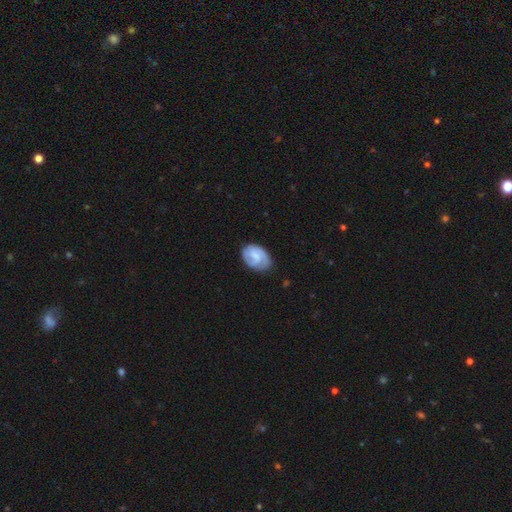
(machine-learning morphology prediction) This appears to be a featured or disk galaxy (55%) with a weak bar (45%), spiral arms (86%) and no central bulge (38%). Merging: none (70%).